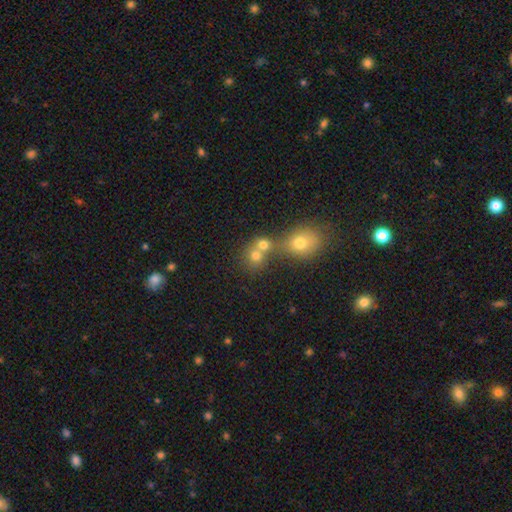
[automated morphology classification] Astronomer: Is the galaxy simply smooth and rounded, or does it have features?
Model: smooth — 73%.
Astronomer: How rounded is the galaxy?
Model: round — 80%.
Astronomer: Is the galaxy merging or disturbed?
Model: merger — 51% (runner-up: none, 39%).